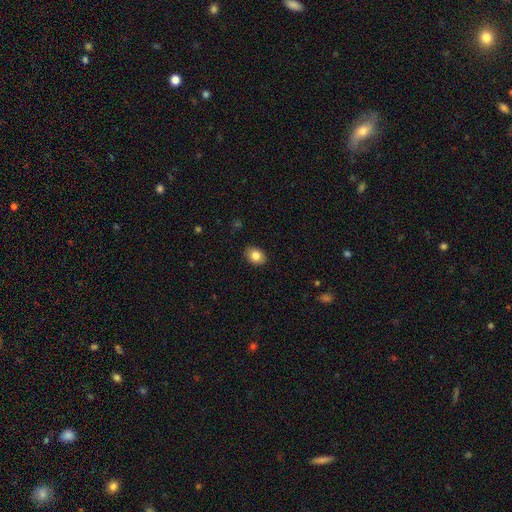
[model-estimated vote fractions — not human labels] smooth-or-featured: smooth: 84% | star or artifact: 8% | featured or disk: 8%
  how-rounded: in between: 66% | round: 33% | cigar-shaped: 1%
  merging: none: 88% | minor disturbance: 9% | major disturbance: 2% | merger: 1%